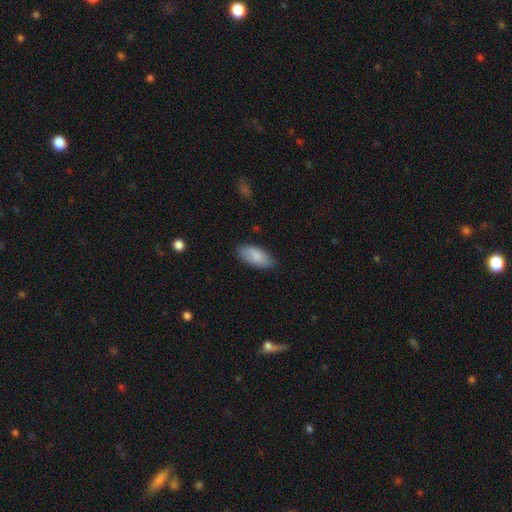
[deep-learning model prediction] This is clearly a smooth galaxy (86%). How rounded: clearly in between (90%). Merging: clearly none (81%).